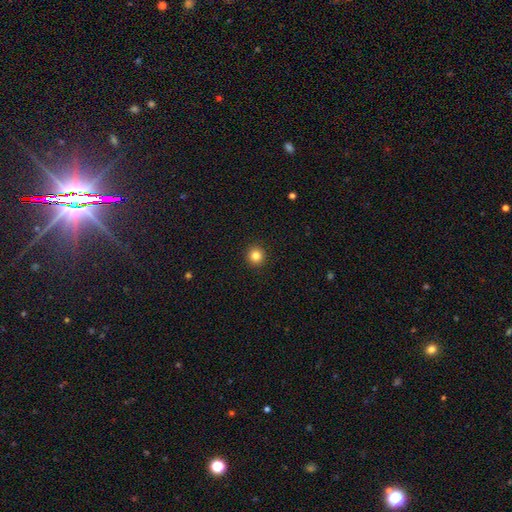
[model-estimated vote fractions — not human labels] smooth 84%, star or artifact 12%, featured or disk 5%. Down the decision tree: how rounded — round (95%); merging — none (93%).